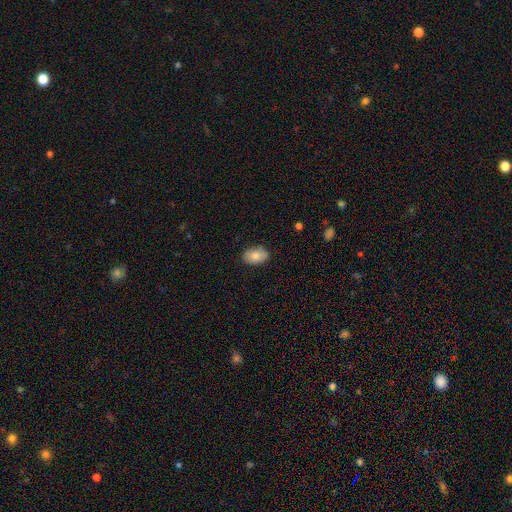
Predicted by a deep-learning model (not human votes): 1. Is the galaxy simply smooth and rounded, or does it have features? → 80% smooth, 13% featured or disk, 7% star or artifact.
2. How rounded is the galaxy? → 89% in between, 10% round, 1% cigar-shaped.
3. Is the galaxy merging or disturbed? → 84% none, 13% minor disturbance, 2% major disturbance, 1% merger.